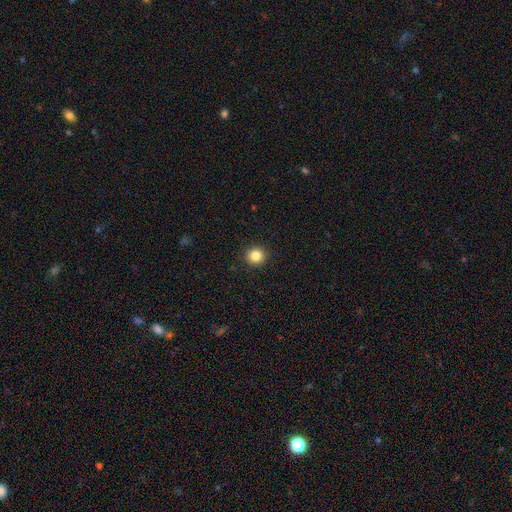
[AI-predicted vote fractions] Smooth or featured?
  - smooth: 84% *
  - star or artifact: 11%
  - featured or disk: 5%
How rounded?
  - round: 93% *
  - in between: 6%
  - cigar-shaped: 1%
Merging?
  - none: 93% *
  - minor disturbance: 5%
  - major disturbance: 2%
  - merger: 1%